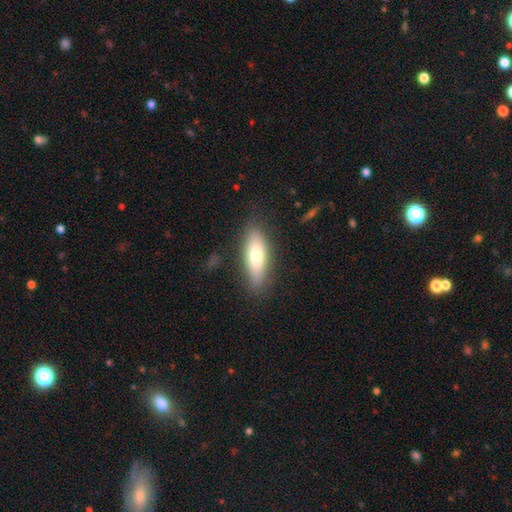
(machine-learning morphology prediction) smooth-or-featured: smooth: 71% | featured or disk: 23% | star or artifact: 7%
  how-rounded: in between: 53% | cigar-shaped: 45% | round: 2%
  merging: none: 84% | minor disturbance: 12% | major disturbance: 3% | merger: 1%